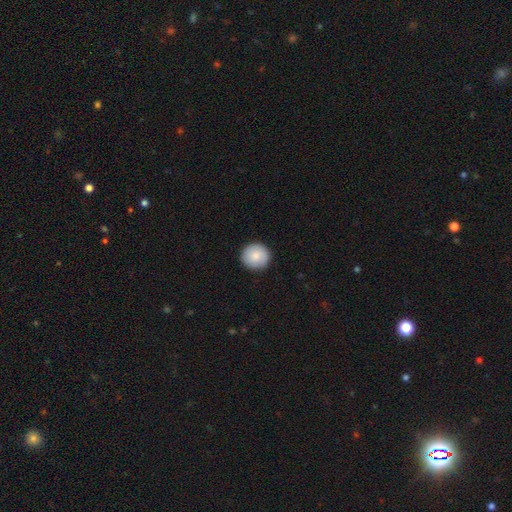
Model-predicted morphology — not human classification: This appears to be a smooth galaxy with no disk features (85%) that is round (94%). Merging: none (92%).